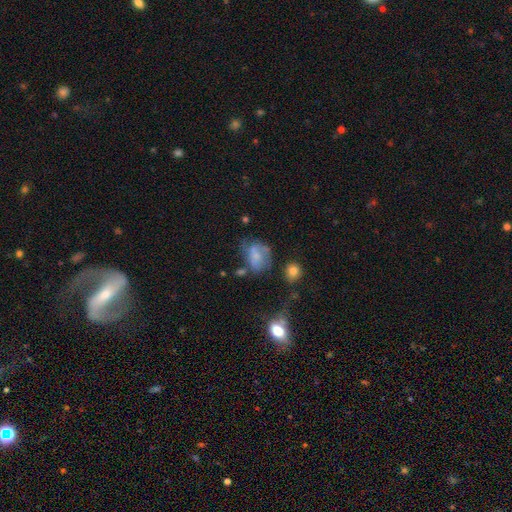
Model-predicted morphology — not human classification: smooth_or_featured: smooth (p=0.53) [alt: featured or disk p=0.35]
how_rounded: in between (p=0.66) [alt: round p=0.32]
merging: none (p=0.34) [alt: major disturbance p=0.27]